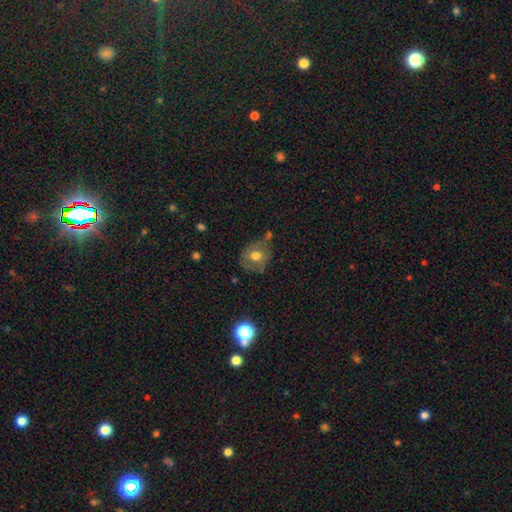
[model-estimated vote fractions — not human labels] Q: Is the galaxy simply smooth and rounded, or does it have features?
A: smooth — 64%.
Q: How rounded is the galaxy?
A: round — 72%.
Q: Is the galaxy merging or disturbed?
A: none — 60%.